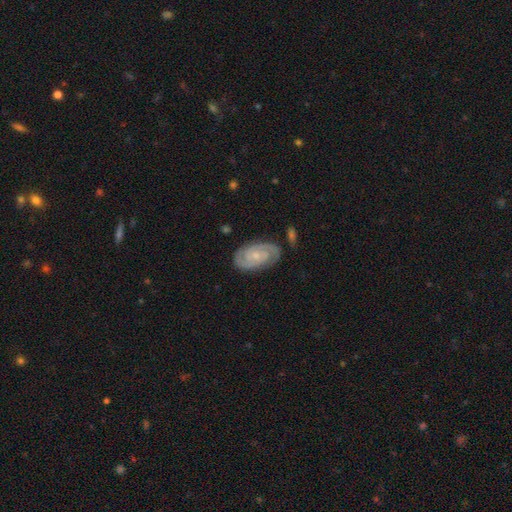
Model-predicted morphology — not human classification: smooth-or-featured: featured or disk: 87% | smooth: 8% | star or artifact: 5%
  disk-edge-on: no: 96% | yes: 4%
    bar: no: 60% | weak: 32% | strong: 8%
    has-spiral-arms: yes: 97% | no: 3%
      spiral-winding: tight: 68% | medium: 27% | loose: 4%
      spiral-arm-count: 2: 83% | 3: 7% | can't tell: 6% | 4: 2% | 1: 2% | more than 4: 1%
    bulge-size: small: 67% | moderate: 24% | none: 7% | large: 1% | dominant: 1%
  merging: none: 81% | minor disturbance: 13% | major disturbance: 3% | merger: 2%